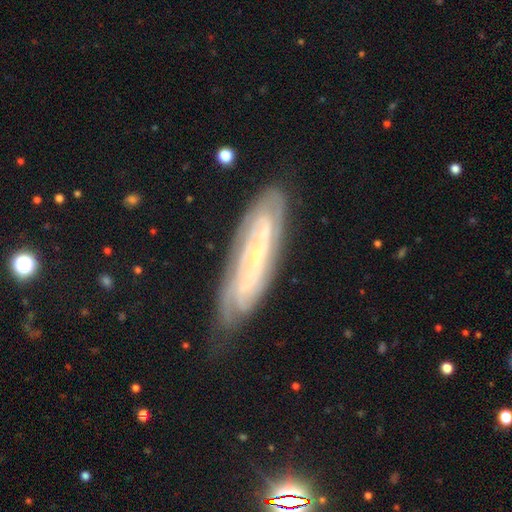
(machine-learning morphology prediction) This appears to be a featured or disk galaxy (75%) with no bar (61%), spiral arms (89%) and a small central bulge (81%). Merging: none (74%).